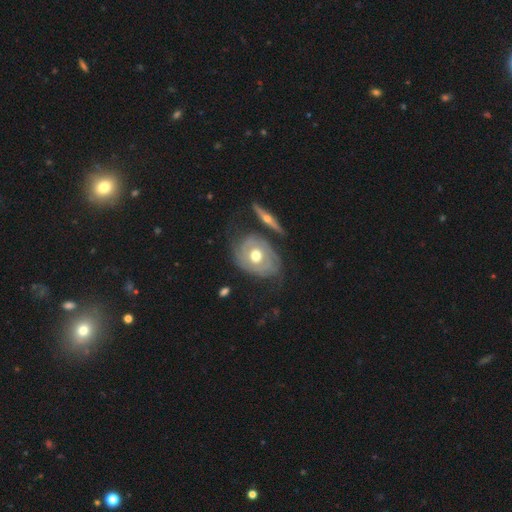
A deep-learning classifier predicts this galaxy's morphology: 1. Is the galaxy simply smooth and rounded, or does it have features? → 80% featured or disk, 15% smooth, 5% star or artifact.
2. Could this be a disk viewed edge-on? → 93% no, 7% yes.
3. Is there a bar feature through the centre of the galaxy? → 79% no, 16% weak, 5% strong.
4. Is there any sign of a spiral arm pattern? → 79% yes, 21% no.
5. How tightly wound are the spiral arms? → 72% tight, 20% medium, 8% loose.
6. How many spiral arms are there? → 42% 2, 34% can't tell, 11% 3, 6% 1, 4% 4, 3% more than 4.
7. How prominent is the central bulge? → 78% moderate, 12% large, 8% small, 1% dominant, 1% none.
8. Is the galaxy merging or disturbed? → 61% none, 21% minor disturbance, 11% major disturbance, 7% merger.